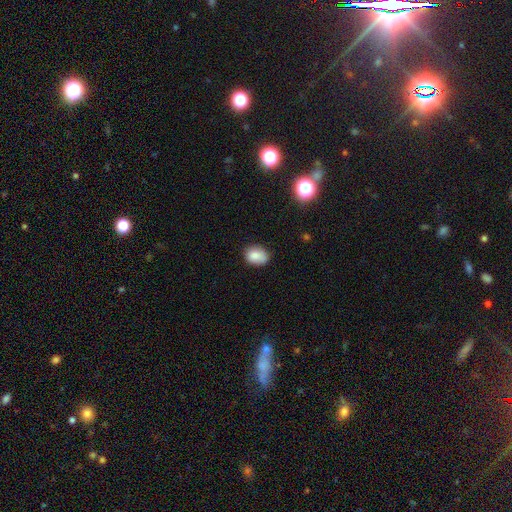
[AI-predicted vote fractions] Smooth or featured? smooth (85%)
How rounded? in between (61%)
Merging? none (74%)